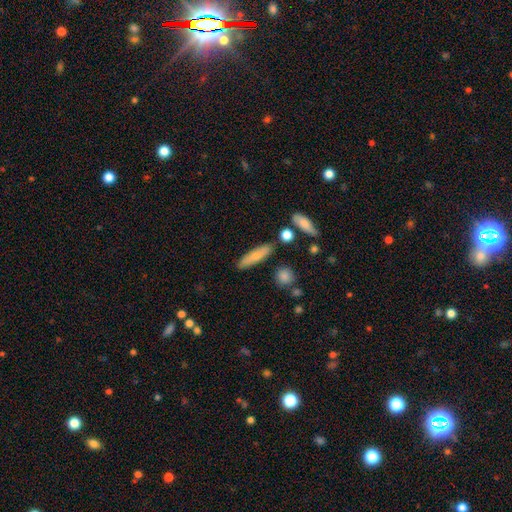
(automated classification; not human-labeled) Smooth or featured? smooth (74%)
How rounded? cigar-shaped (73%)
Merging? none (82%)